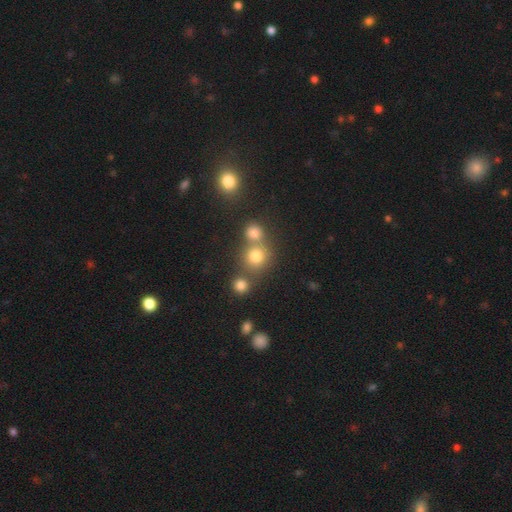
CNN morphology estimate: smooth_or_featured: smooth (p=0.76) [alt: star or artifact p=0.16]
how_rounded: round (p=0.87) [alt: in between p=0.12]
merging: none (p=0.57) [alt: merger p=0.32]